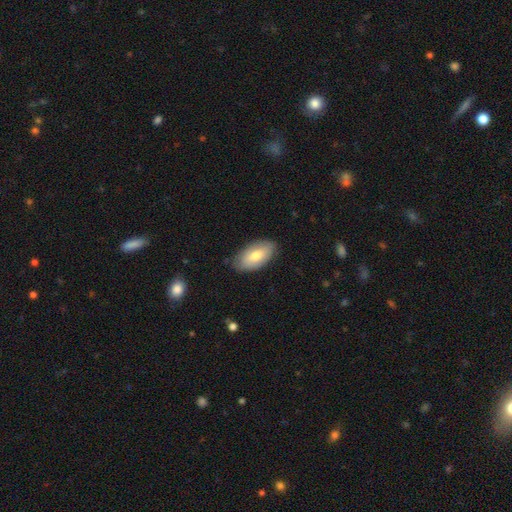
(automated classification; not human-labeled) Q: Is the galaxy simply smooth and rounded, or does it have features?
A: smooth — 72%.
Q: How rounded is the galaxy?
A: in between — 94%.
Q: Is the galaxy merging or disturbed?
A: none — 81%.